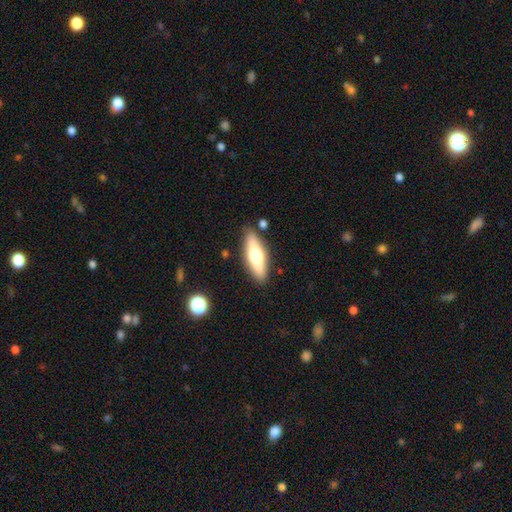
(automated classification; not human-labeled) The model was most divided on "how rounded": cigar-shaped: 51%, in between: 47%, round: 2%. More confident: merging — none (85%); smooth or featured — smooth (53%).